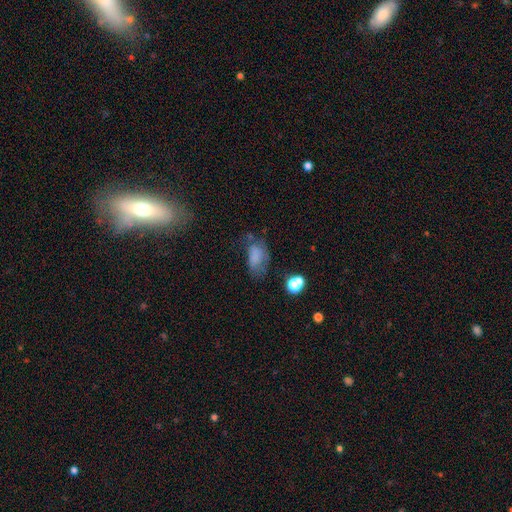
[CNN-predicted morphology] Smooth or featured? Predicted: smooth (p=0.67). How rounded? Predicted: in between (p=0.87). Merging? Predicted: none (p=0.35).